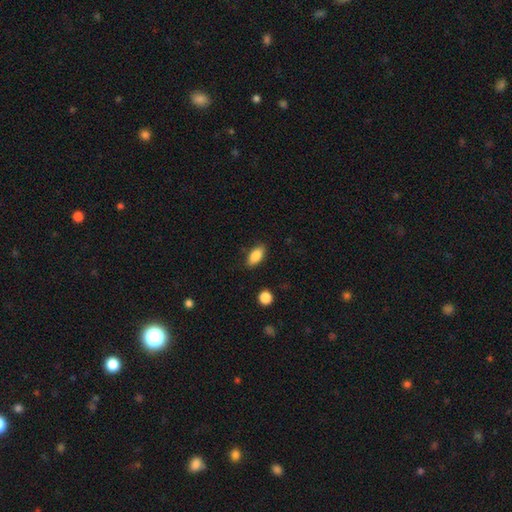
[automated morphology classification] A smooth galaxy with no disk features (87%) that is in between round and cigar-shaped (90%). Merging: none (84%).